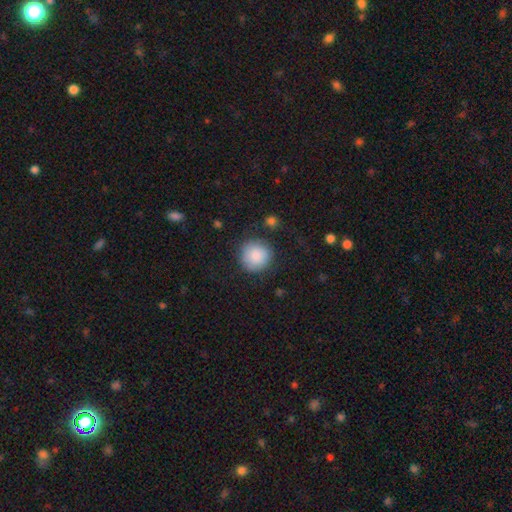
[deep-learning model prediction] Smooth or featured: smooth — 86% (star or artifact — 8%)
How rounded: round — 94% (in between — 5%)
Merging: none — 81% (minor disturbance — 12%)